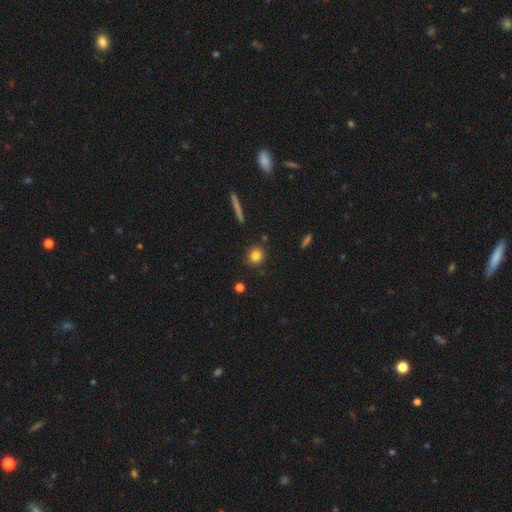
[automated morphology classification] A smooth galaxy with no disk features (82%) that is round (88%).

Vote fractions:
- Smooth or featured? smooth: 82% / star or artifact: 10% / featured or disk: 8%
- How rounded? round: 88% / in between: 10% / cigar-shaped: 2%
- Merging? none: 87% / minor disturbance: 8% / merger: 3% / major disturbance: 2%